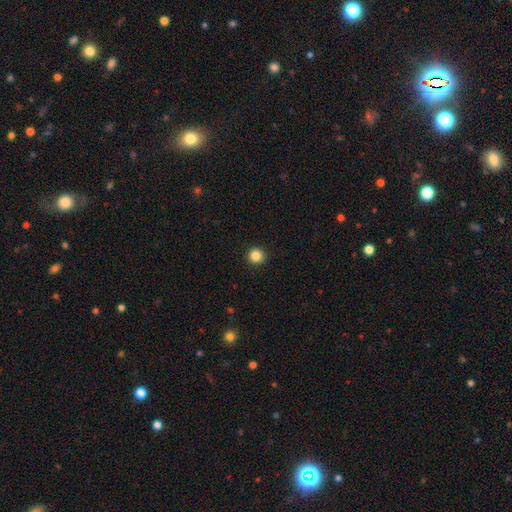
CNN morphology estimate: A smooth galaxy with no disk features (86%) that is round (95%). Merging: none (93%).